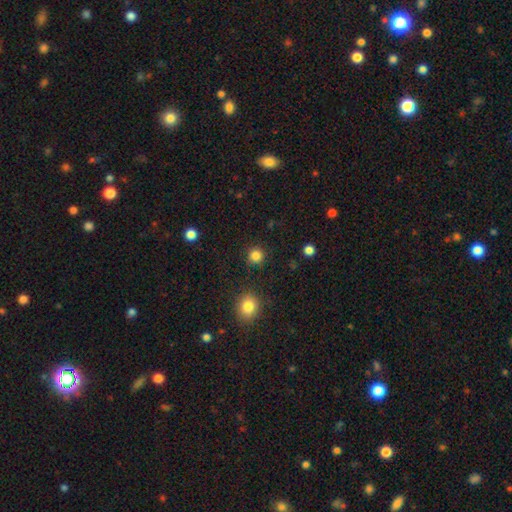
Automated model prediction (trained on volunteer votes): smooth-or-featured: smooth: 85% | star or artifact: 12% | featured or disk: 3%
  how-rounded: round: 93% | in between: 6% | cigar-shaped: 1%
  merging: none: 88% | minor disturbance: 7% | major disturbance: 2% | merger: 2%